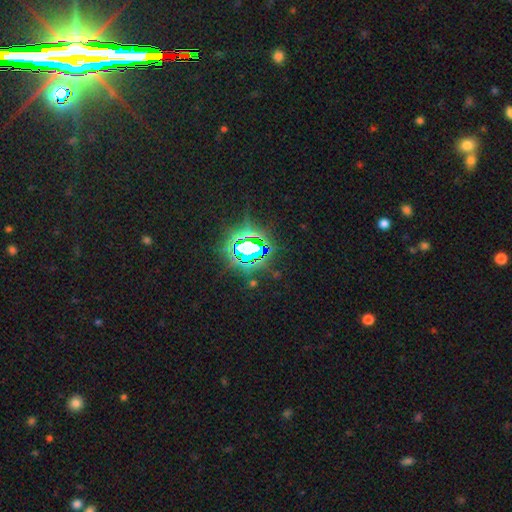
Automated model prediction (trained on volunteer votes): This appears to be a star or artifact, not a galaxy (80%).